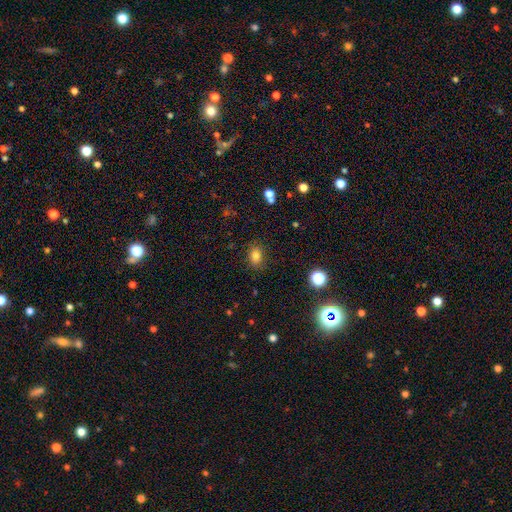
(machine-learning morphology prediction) smooth-or-featured: smooth: 78% | star or artifact: 14% | featured or disk: 8%
  how-rounded: in between: 71% | round: 28% | cigar-shaped: 2%
  merging: none: 85% | minor disturbance: 11% | major disturbance: 3% | merger: 2%